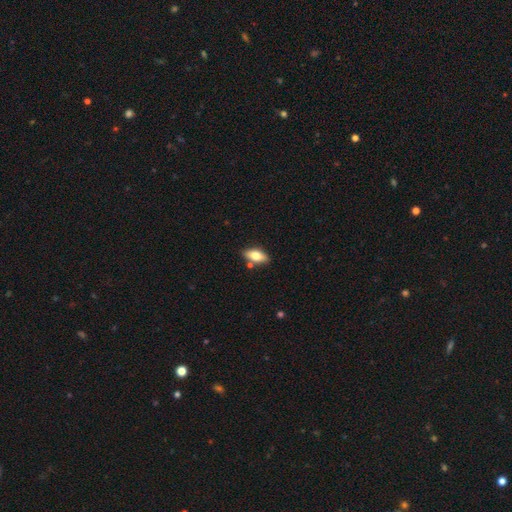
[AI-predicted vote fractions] Smooth or featured: smooth — 74% (featured or disk — 19%)
How rounded: in between — 85% (cigar-shaped — 12%)
Merging: none — 80% (minor disturbance — 12%)